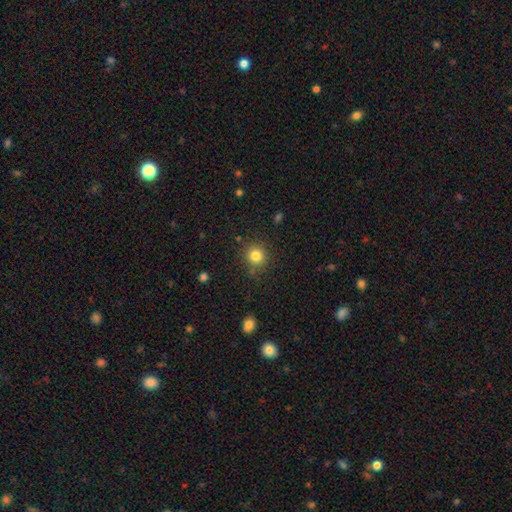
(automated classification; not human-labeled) Morphology: type=smooth (82%); roundness=round (91%); merging=none (83%).